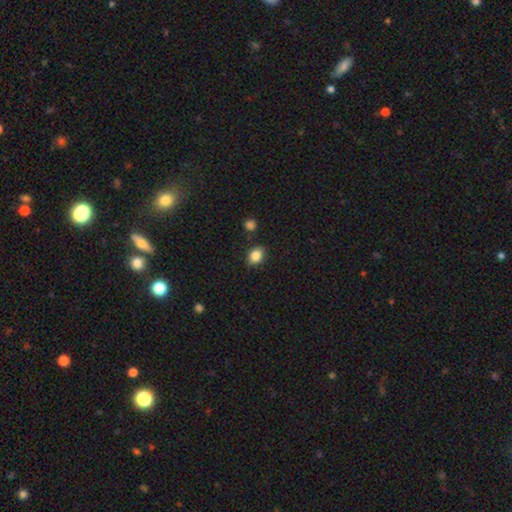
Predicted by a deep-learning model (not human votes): Overall: smooth (84%). How rounded: in between (63%; round 36%). Merging: none (83%).